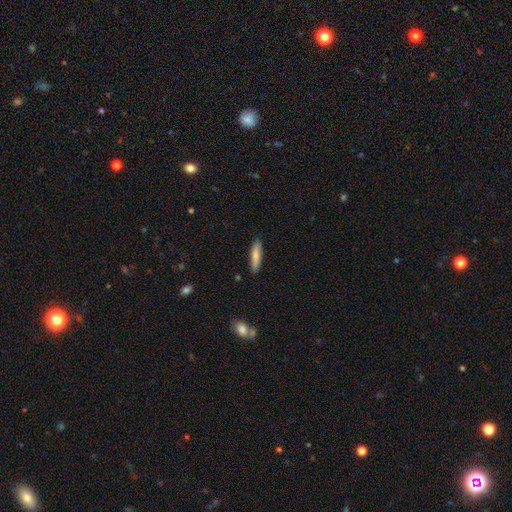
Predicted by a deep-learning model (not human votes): Smooth or featured: smooth — 79% (featured or disk — 15%)
How rounded: cigar-shaped — 82% (in between — 16%)
Merging: none — 87% (minor disturbance — 9%)